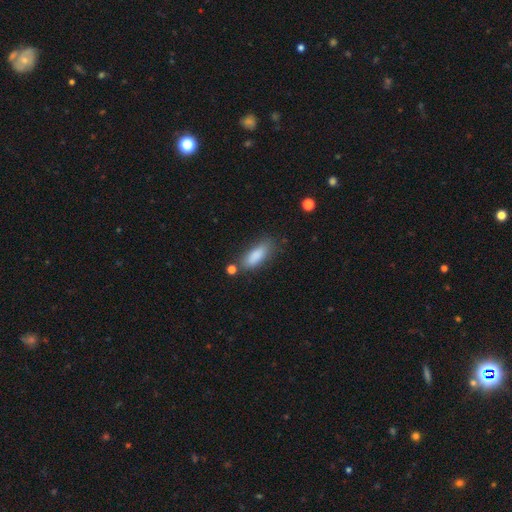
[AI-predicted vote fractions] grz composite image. It shows a smooth galaxy with no disk features (85%) that is in between round and cigar-shaped (68%). Merging: none (69%).